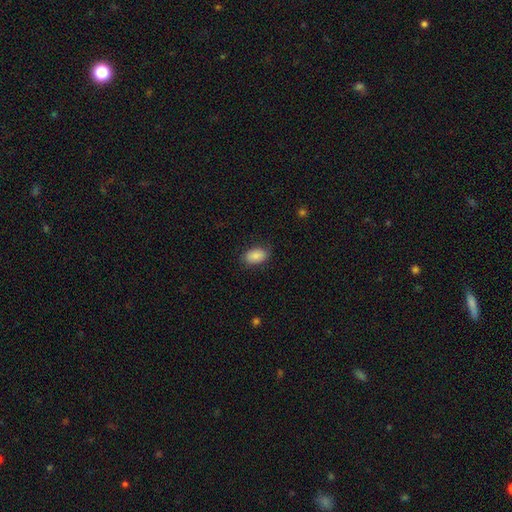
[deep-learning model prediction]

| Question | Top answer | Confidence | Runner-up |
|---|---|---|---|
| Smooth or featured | smooth | 88% | star or artifact (7%) |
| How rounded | in between | 92% | round (7%) |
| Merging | none | 82% | minor disturbance (13%) |